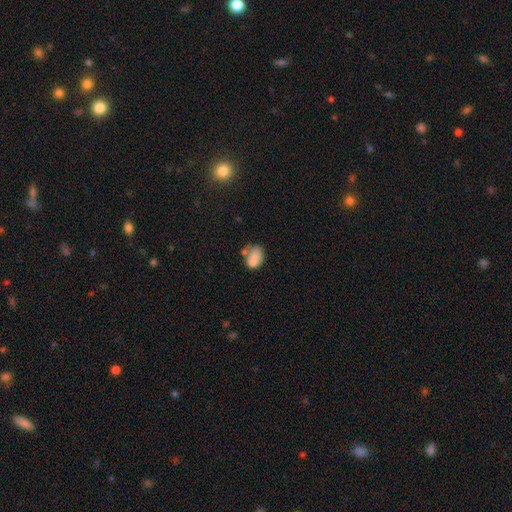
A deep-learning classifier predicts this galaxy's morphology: A smooth galaxy with no disk features (74%) that is in between round and cigar-shaped (70%). Merging: none (39%).